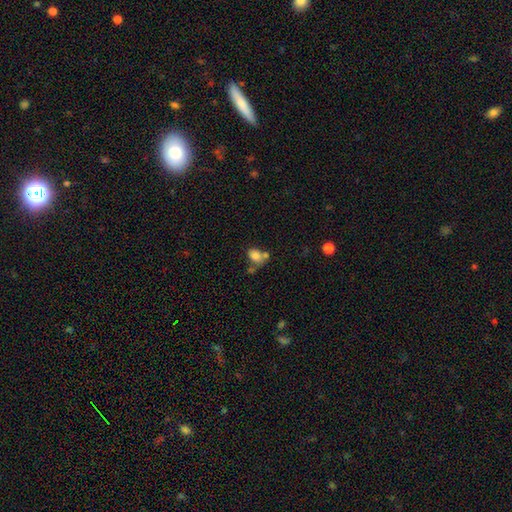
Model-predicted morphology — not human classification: The model was most divided on "merging": none: 41%, merger: 36%, minor disturbance: 16%, major disturbance: 8%. More confident: smooth or featured — smooth (79%); how rounded — in between (68%).